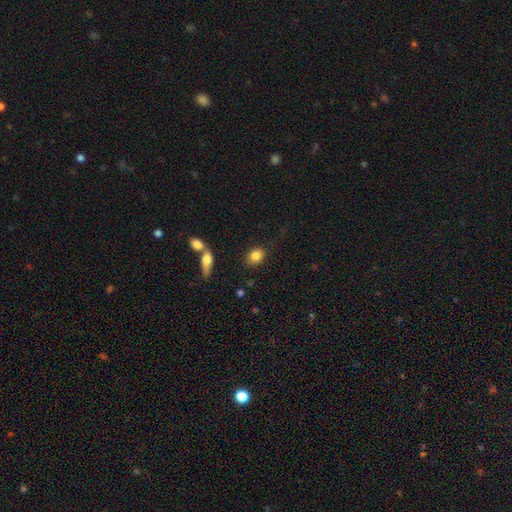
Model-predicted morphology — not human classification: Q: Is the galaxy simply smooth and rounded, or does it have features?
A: smooth — 84%.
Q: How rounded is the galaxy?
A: in between — 56%.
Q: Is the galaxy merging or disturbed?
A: none — 80%.